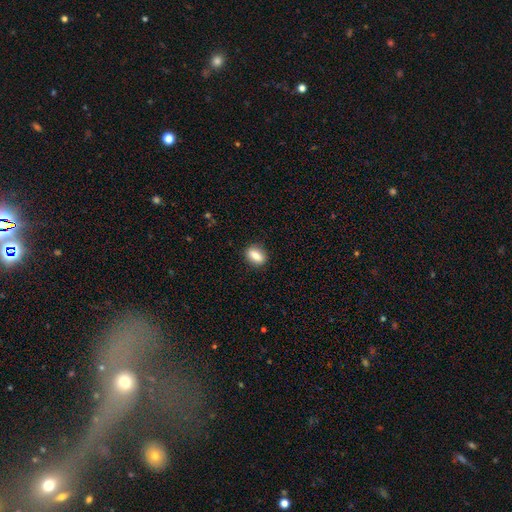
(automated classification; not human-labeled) Smooth or featured: smooth — 83% (featured or disk — 9%)
How rounded: in between — 77% (round — 18%)
Merging: none — 88% (minor disturbance — 9%)